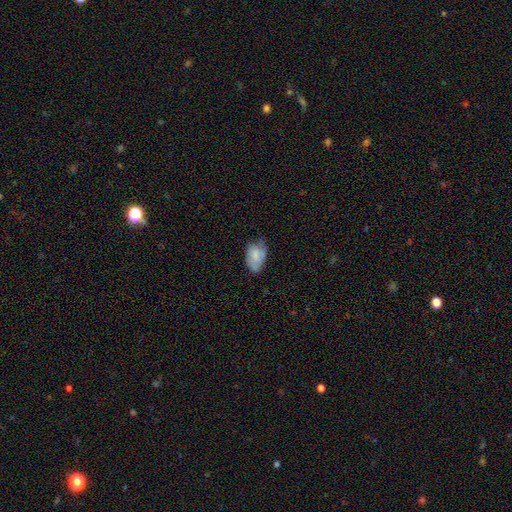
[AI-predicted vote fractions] Q: Smooth or featured?
A: smooth (70%); runner-up: featured or disk (23%)
Q: How rounded?
A: in between (91%); runner-up: round (7%)
Q: Merging?
A: none (51%); runner-up: minor disturbance (37%)